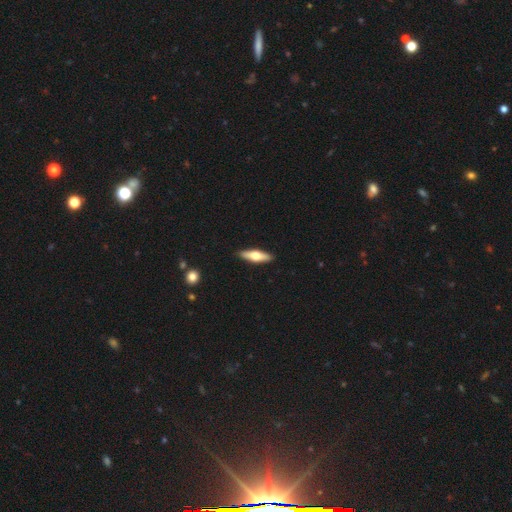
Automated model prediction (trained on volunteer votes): Morphology: type=smooth (48%); merging=none (90%).